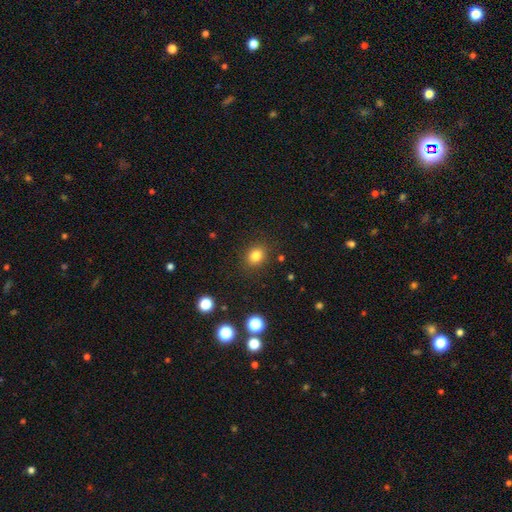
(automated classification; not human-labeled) Q: Smooth or featured?
A: smooth (82%); runner-up: star or artifact (12%)
Q: How rounded?
A: round (59%); runner-up: in between (40%)
Q: Merging?
A: none (87%); runner-up: minor disturbance (9%)